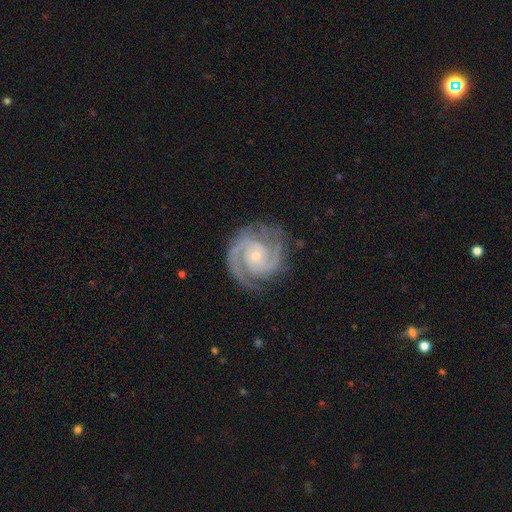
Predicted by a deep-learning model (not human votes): Smooth or featured? featured or disk (93%)
Edge-on disk? no (98%)
Bar? no (67%)
Spiral arms? yes (99%)
Spiral winding? tight (60%)
Spiral arm count? 2 (72%)
Bulge size? small (73%)
Merging? none (80%)